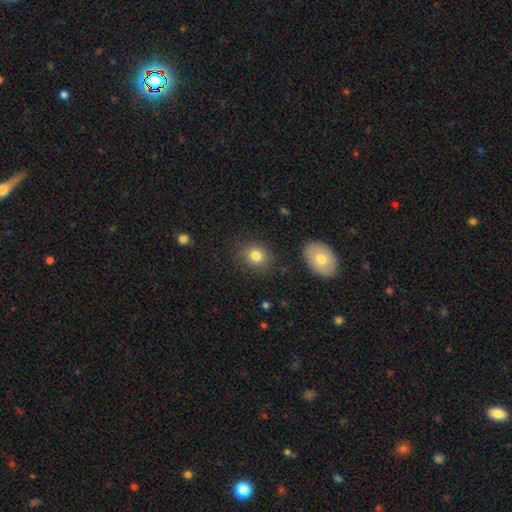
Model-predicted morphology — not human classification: smooth 81%, star or artifact 11%, featured or disk 8%. Down the decision tree: how rounded — round (70%); merging — none (85%).